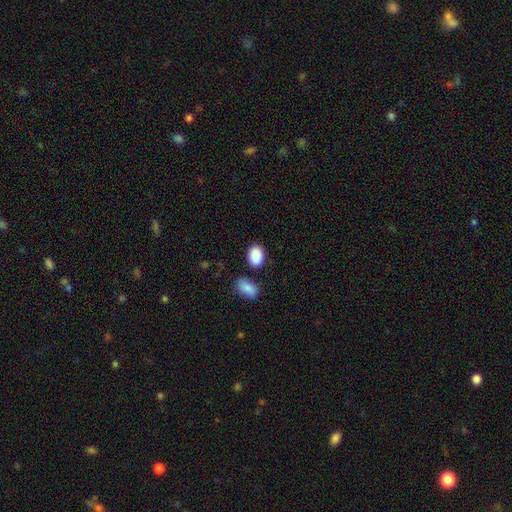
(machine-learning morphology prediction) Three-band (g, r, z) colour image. It shows a smooth galaxy with no disk features (90%) that is in between round and cigar-shaped (79%). Merging: none (77%).